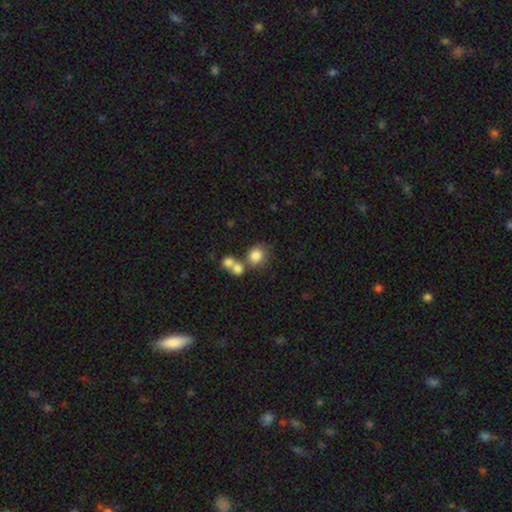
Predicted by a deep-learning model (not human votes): The model was most divided on "merging": none: 49%, merger: 36%, minor disturbance: 10%, major disturbance: 5%. More confident: smooth or featured — smooth (81%); how rounded — round (77%).